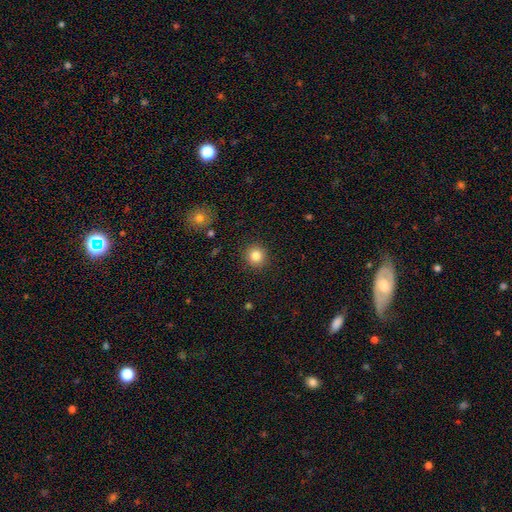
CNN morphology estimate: Overall: smooth (83%). How rounded: round (91%). Merging: none (91%).